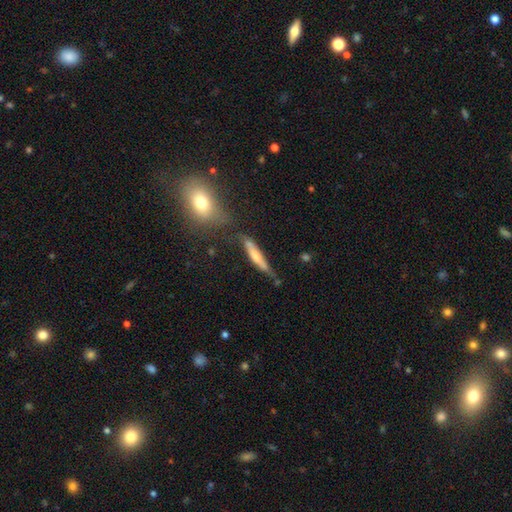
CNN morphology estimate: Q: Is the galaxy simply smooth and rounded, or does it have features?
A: smooth — 54%.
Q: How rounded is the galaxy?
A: cigar-shaped — 86%.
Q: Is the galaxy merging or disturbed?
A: none — 48%.